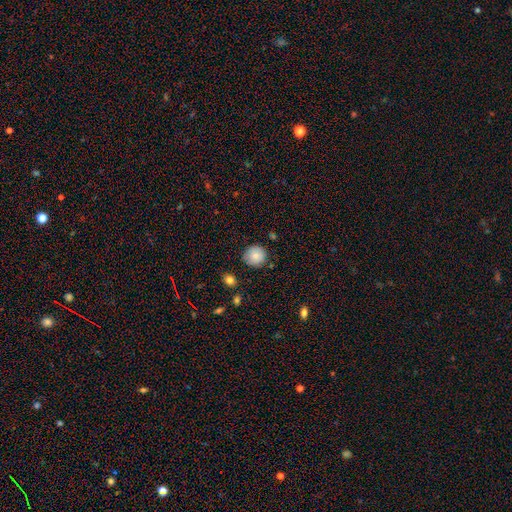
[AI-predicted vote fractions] Smooth or featured: smooth — 81% (featured or disk — 11%)
How rounded: round — 92% (in between — 7%)
Merging: none — 82% (minor disturbance — 14%)